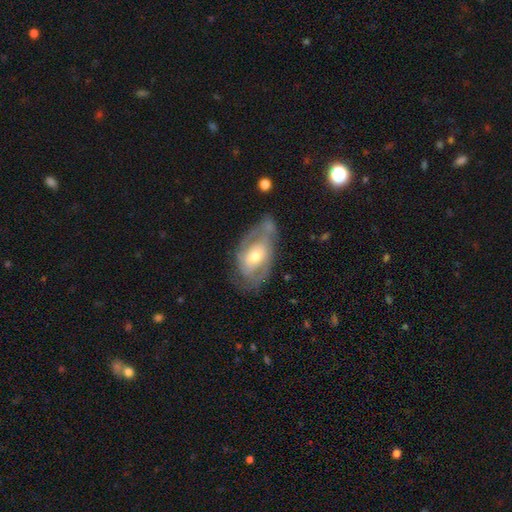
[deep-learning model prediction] Smooth or featured?
  - featured or disk: 75% *
  - smooth: 20%
  - star or artifact: 5%
Edge-on disk?
  - no: 94% *
  - yes: 6%
Bar?
  - no: 50% *
  - weak: 39%
  - strong: 11%
Spiral arms?
  - yes: 83% *
  - no: 17%
Spiral winding?
  - tight: 46% *
  - medium: 41%
  - loose: 13%
Spiral arm count?
  - 2: 62% *
  - can't tell: 23%
  - 1: 6%
  - 3: 6%
  - 4: 2%
  - more than 4: 2%
Bulge size?
  - moderate: 64% *
  - small: 27%
  - large: 7%
  - none: 1%
  - dominant: 1%
Merging?
  - none: 54% *
  - minor disturbance: 25%
  - major disturbance: 14%
  - merger: 6%